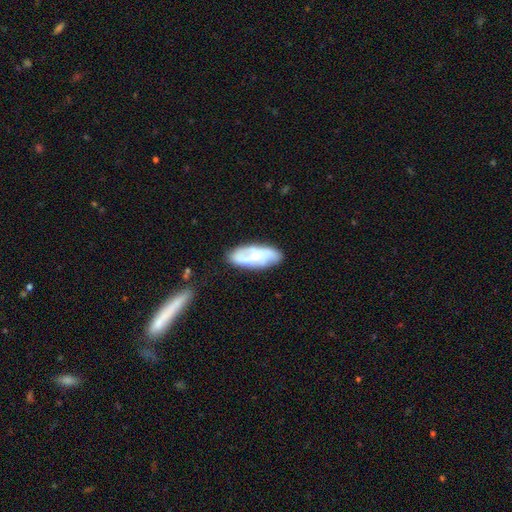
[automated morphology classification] This is likely a featured or disk galaxy (61%). It is clearly not viewed edge-on (88%). Bar: possibly no (56%). Spiral arm pattern: clearly yes (84%). Central bulge: possibly small (55%). Merging: likely none (77%).